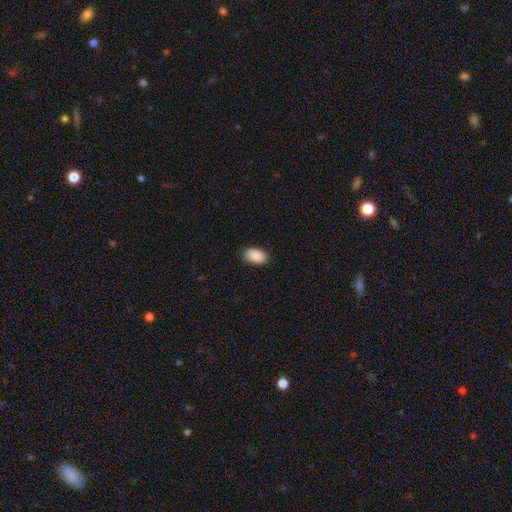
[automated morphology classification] Overall: smooth (91%). How rounded: in between (93%). Merging: none (88%).